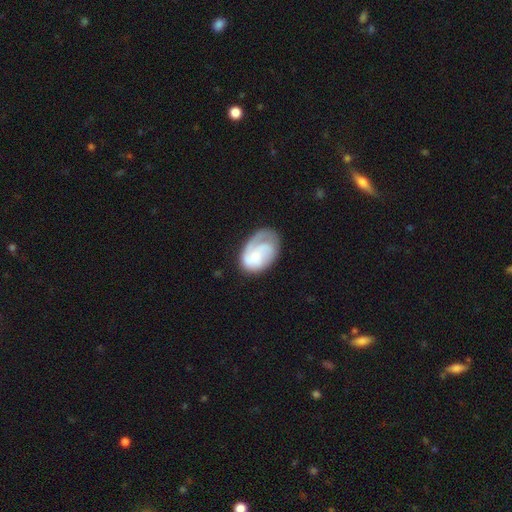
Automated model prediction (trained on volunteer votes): Smooth or featured? featured or disk (60%)
Edge-on disk? no (97%)
Bar? no (71%)
Spiral arms? yes (83%)
Bulge size? small (57%)
Merging? none (46%)